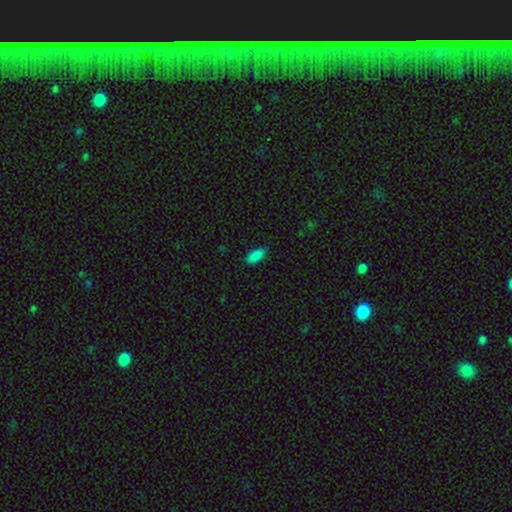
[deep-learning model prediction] A smooth galaxy with no disk features (87%) that is in between round and cigar-shaped (85%).

Vote fractions:
- Smooth or featured? smooth: 87% / star or artifact: 9% / featured or disk: 3%
- How rounded? in between: 85% / cigar-shaped: 13% / round: 2%
- Merging? none: 86% / minor disturbance: 11% / major disturbance: 2% / merger: 1%